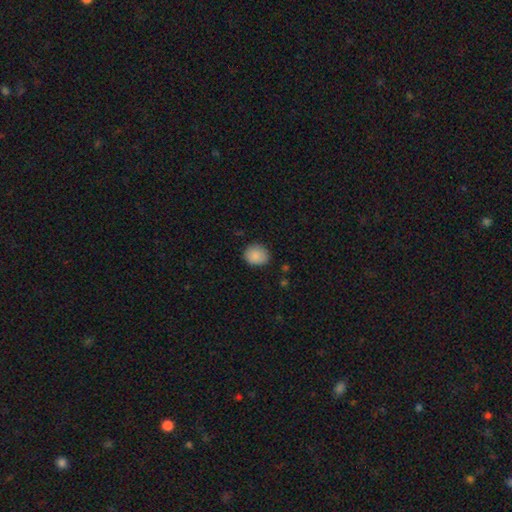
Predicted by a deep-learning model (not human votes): The model was most divided on "how rounded": round: 66%, in between: 33%, cigar-shaped: 1%. More confident: smooth or featured — smooth (87%); merging — none (81%).